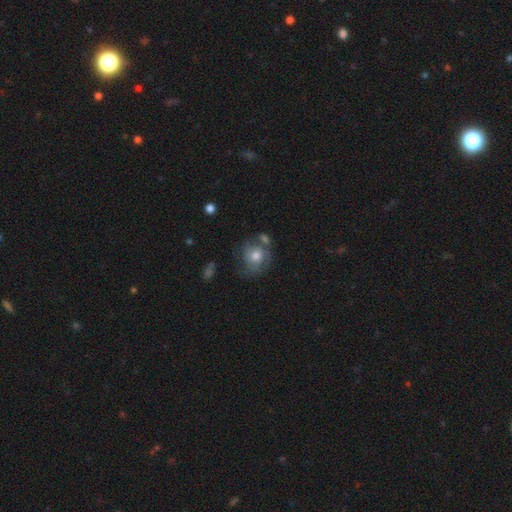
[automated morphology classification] type=smooth (50%); roundness=round (77%); merging=none (48%).